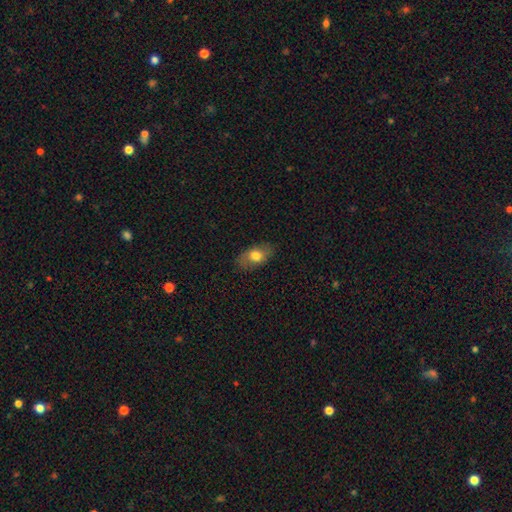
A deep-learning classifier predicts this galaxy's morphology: smooth_or_featured: smooth (p=0.73) [alt: featured or disk p=0.20]
how_rounded: in between (p=0.88) [alt: round p=0.09]
merging: none (p=0.81) [alt: minor disturbance p=0.14]